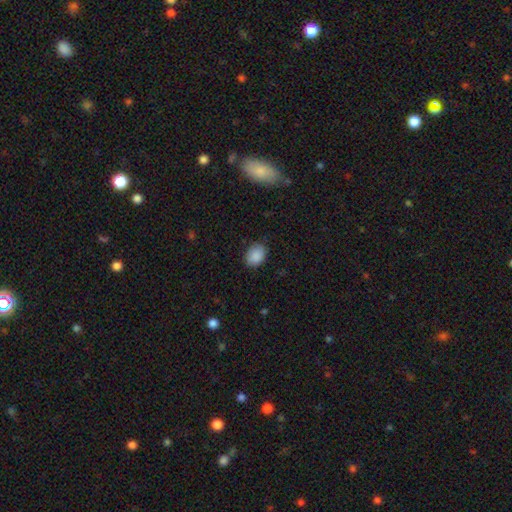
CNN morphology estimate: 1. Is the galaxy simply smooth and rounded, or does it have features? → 89% smooth, 8% star or artifact, 4% featured or disk.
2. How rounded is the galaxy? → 67% in between, 32% round, 1% cigar-shaped.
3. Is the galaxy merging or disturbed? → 83% none, 13% minor disturbance, 3% major disturbance, 1% merger.